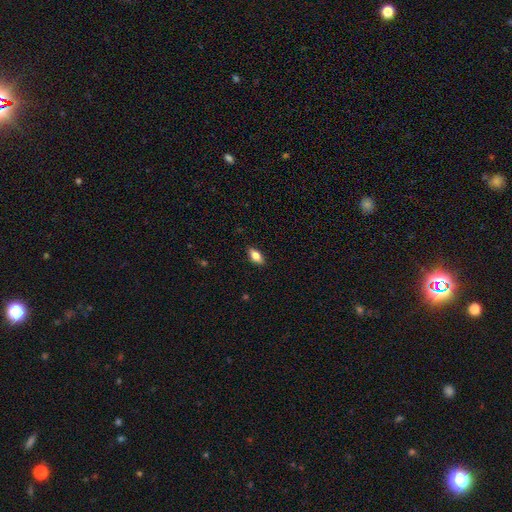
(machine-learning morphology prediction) A smooth galaxy with no disk features (77%) that is in between round and cigar-shaped (87%).

Vote fractions:
- Smooth or featured? smooth: 77% / featured or disk: 15% / star or artifact: 7%
- How rounded? in between: 87% / cigar-shaped: 9% / round: 4%
- Merging? none: 89% / minor disturbance: 9% / major disturbance: 2% / merger: 1%